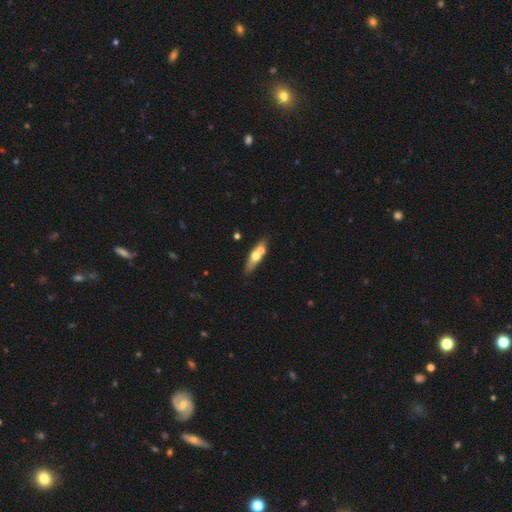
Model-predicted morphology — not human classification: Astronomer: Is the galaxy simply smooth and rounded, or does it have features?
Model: smooth — 50% (runner-up: featured or disk, 43%).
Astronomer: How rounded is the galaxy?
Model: cigar-shaped — 62%.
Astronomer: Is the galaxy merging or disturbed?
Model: none — 61%.